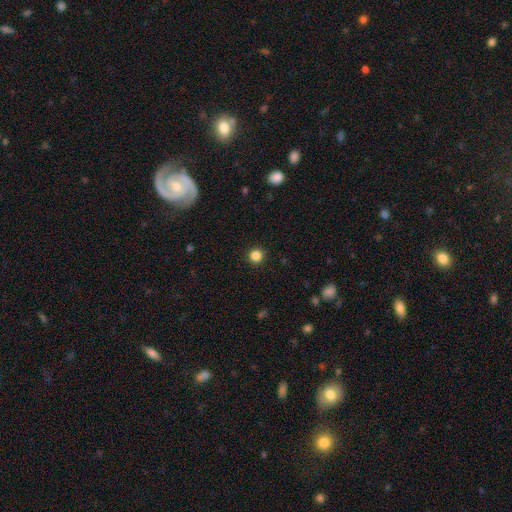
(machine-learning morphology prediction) type=smooth (85%); roundness=round (95%); merging=none (93%).